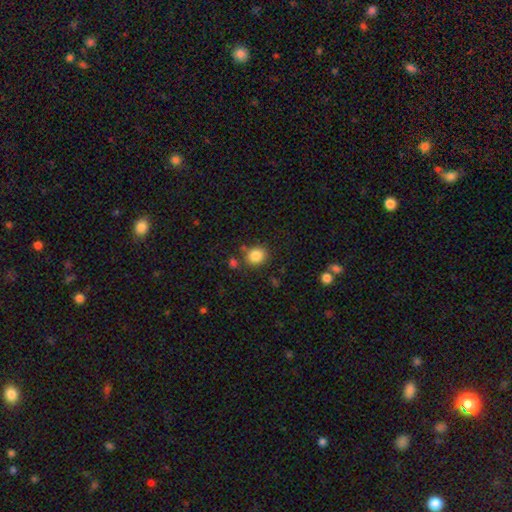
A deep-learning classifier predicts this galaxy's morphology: A smooth galaxy with no disk features (85%) that is round (71%). Merging: none (78%).